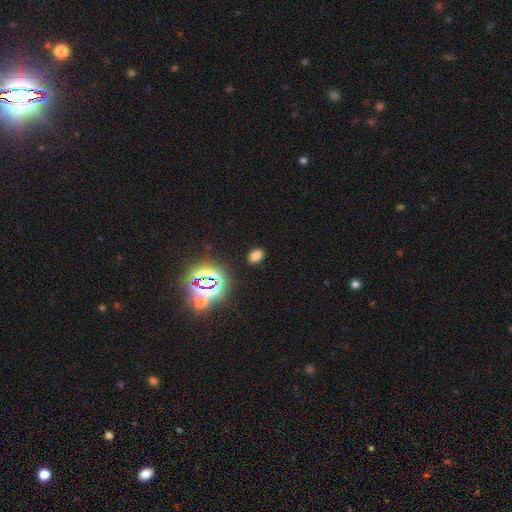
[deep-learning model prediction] Morphology: type=smooth (69%); roundness=in between (76%); merging=none (88%).